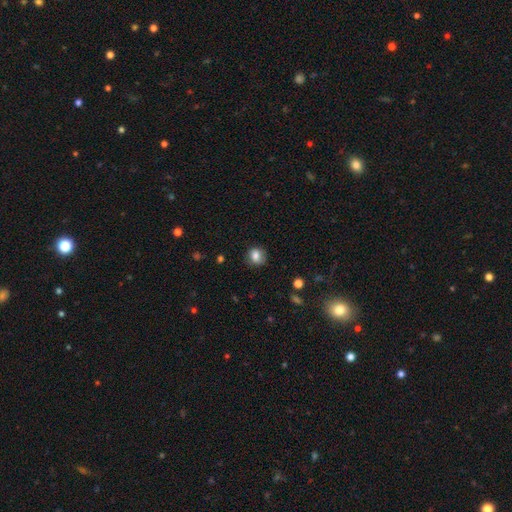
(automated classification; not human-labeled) Smooth or featured? Predicted: smooth (p=0.80). How rounded? Predicted: round (p=0.78). Merging? Predicted: none (p=0.82).